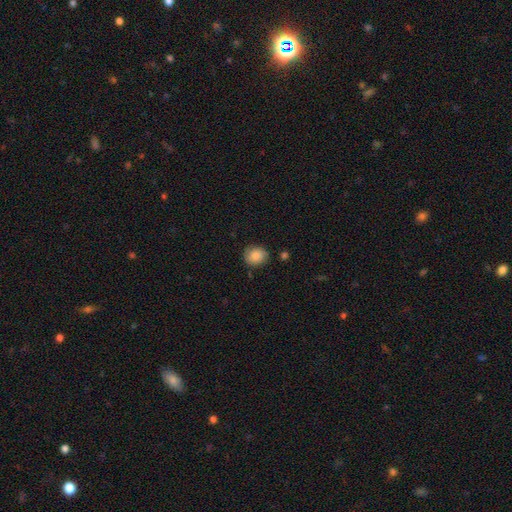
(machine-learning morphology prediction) smooth_or_featured: smooth (p=0.82) [alt: featured or disk p=0.10]
how_rounded: round (p=0.73) [alt: in between p=0.26]
merging: none (p=0.78) [alt: minor disturbance p=0.16]